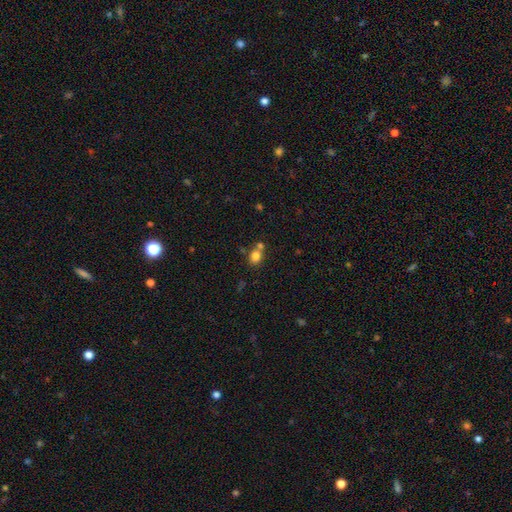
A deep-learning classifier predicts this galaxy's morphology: Smooth or featured? smooth (80%)
How rounded? round (59%)
Merging? none (53%)